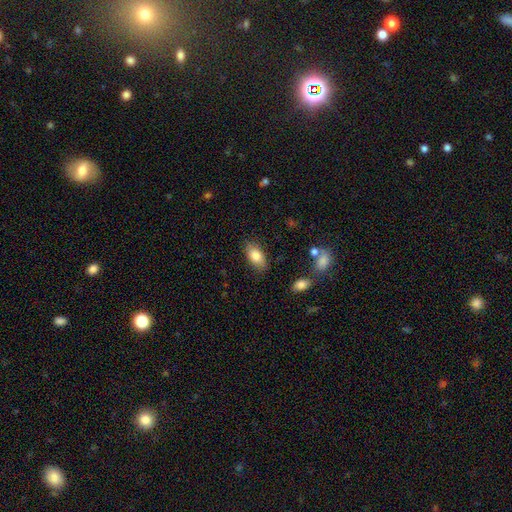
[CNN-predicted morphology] Smooth or featured? Predicted: smooth (p=0.82). How rounded? Predicted: in between (p=0.91). Merging? Predicted: none (p=0.82).